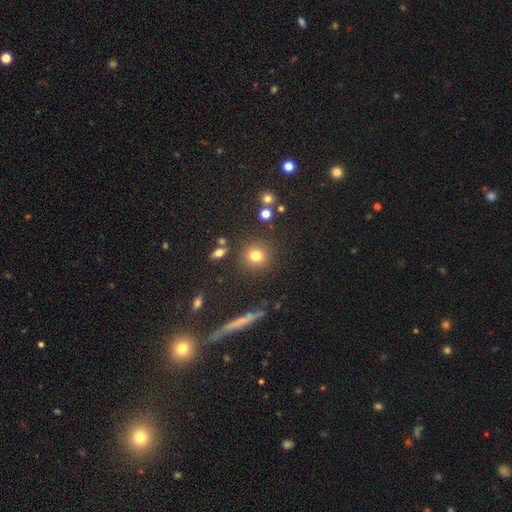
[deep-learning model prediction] This appears to be a smooth galaxy with no disk features (77%) that is round (91%). Merging: none (86%).